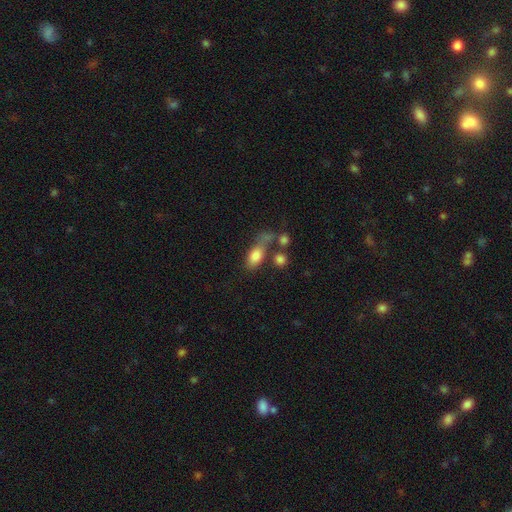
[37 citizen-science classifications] Smooth or featured?
  - smooth: 84% *
  - featured or disk: 14%
  - star or artifact: 3%
How rounded?
  - in between: 87% *
  - round: 13%
  - cigar-shaped: 0%
Merging?
  - merger: 39% *
  - none: 22%
  - minor disturbance: 22%
  - major disturbance: 17%